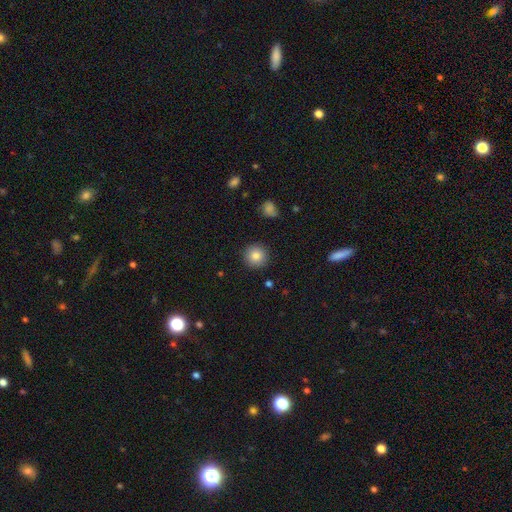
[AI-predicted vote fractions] Smooth or featured? smooth (83%)
How rounded? round (94%)
Merging? none (91%)